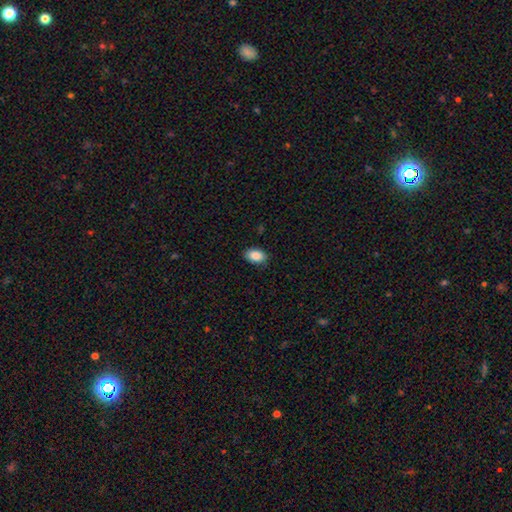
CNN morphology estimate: The model was most divided on "merging": none: 85%, minor disturbance: 12%, major disturbance: 2%, merger: 1%. More confident: smooth or featured — smooth (88%); how rounded — in between (86%).